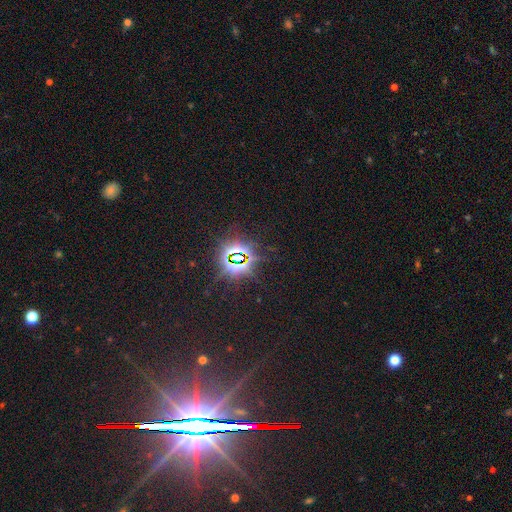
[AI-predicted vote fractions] Smooth or featured? star or artifact (83%)